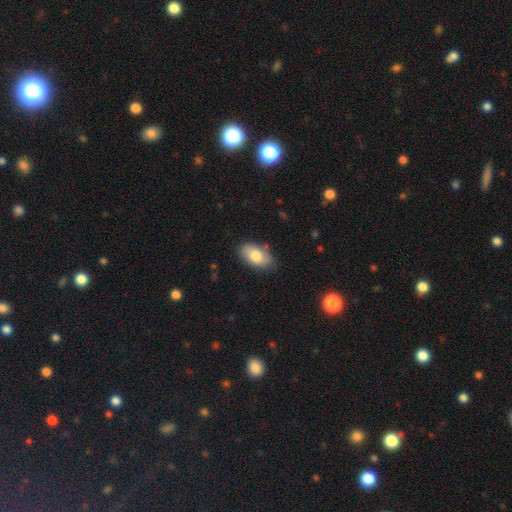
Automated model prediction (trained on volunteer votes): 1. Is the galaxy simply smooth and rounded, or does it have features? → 81% smooth, 13% featured or disk, 7% star or artifact.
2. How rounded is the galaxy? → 94% in between, 5% round, 2% cigar-shaped.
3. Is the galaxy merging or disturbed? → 79% none, 16% minor disturbance, 3% major disturbance, 2% merger.